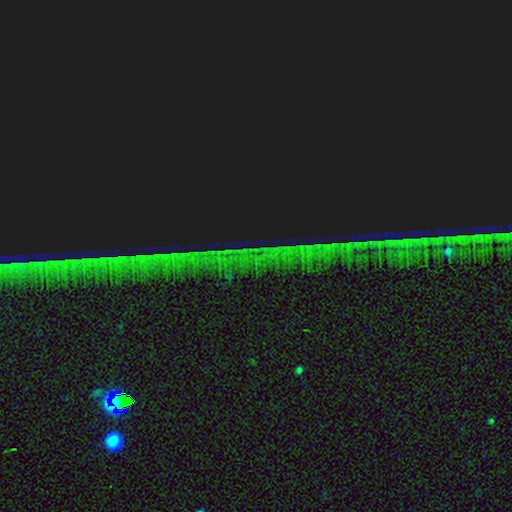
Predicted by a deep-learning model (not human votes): Smooth or featured?
  - star or artifact: 87% *
  - featured or disk: 7%
  - smooth: 5%